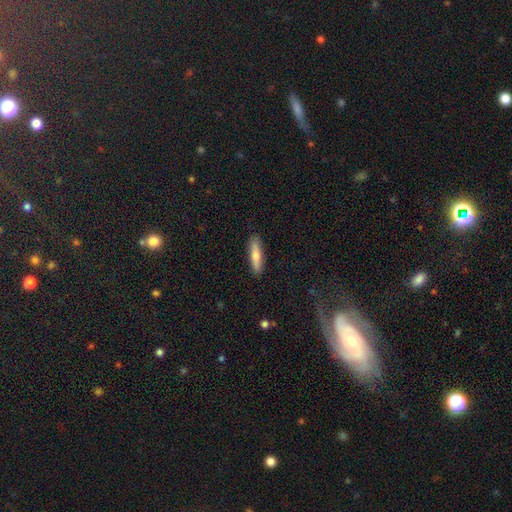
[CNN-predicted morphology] This is likely a smooth galaxy (70%). How rounded: clearly cigar-shaped (81%). Merging: clearly none (89%).